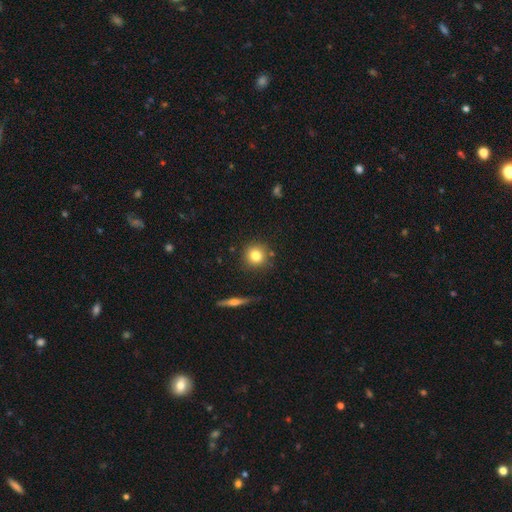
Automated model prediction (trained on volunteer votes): The model was most divided on "smooth or featured": smooth: 80%, star or artifact: 10%, featured or disk: 10%. More confident: how rounded — round (92%); merging — none (86%).